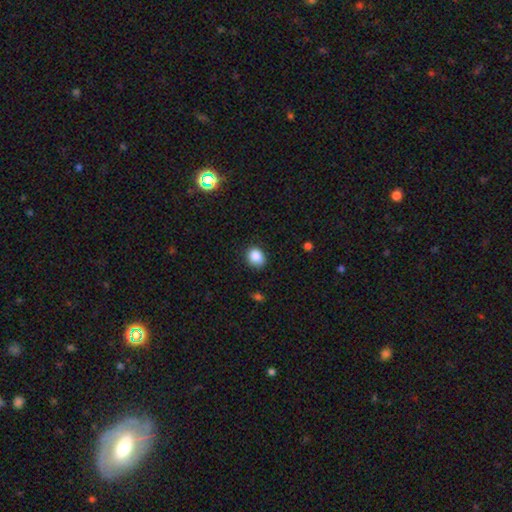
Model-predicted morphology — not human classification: Smooth or featured? smooth (87%)
How rounded? round (63%)
Merging? none (83%)